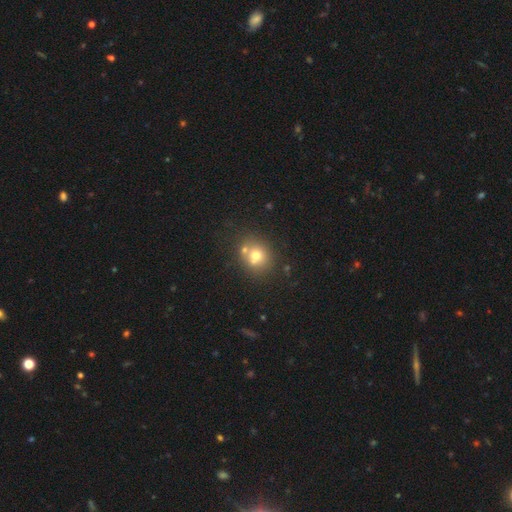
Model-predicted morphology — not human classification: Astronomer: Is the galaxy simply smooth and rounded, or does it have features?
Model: smooth — 68%.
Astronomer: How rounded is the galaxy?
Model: round — 78%.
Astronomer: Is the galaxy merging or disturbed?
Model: none — 58%.